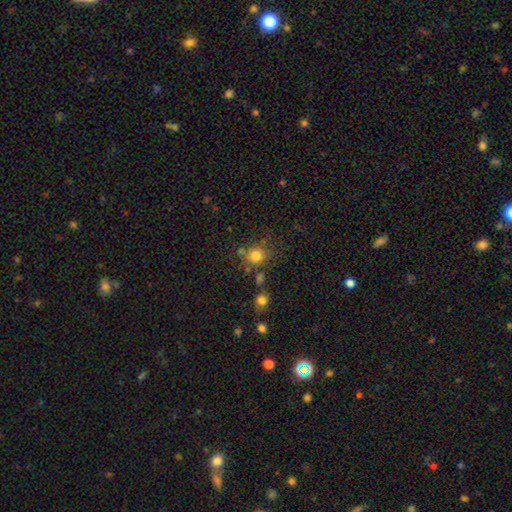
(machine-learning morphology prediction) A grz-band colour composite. It shows a smooth galaxy with no disk features (79%) that is round (82%). Merging: none (70%).